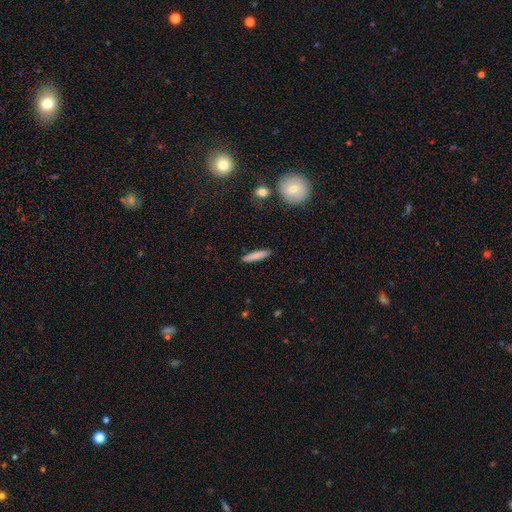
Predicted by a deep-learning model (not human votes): smooth_or_featured: smooth (p=0.80) [alt: featured or disk p=0.14]
how_rounded: cigar-shaped (p=0.89) [alt: in between p=0.09]
merging: none (p=0.89) [alt: minor disturbance p=0.07]